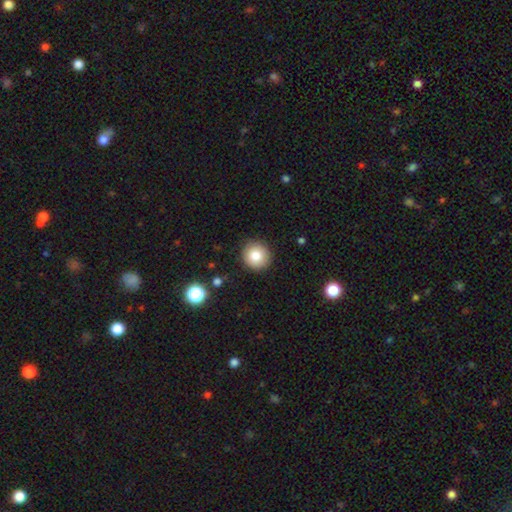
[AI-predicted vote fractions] smooth_or_featured: smooth (p=0.82) [alt: star or artifact p=0.10]
how_rounded: round (p=0.92) [alt: in between p=0.07]
merging: none (p=0.90) [alt: minor disturbance p=0.07]